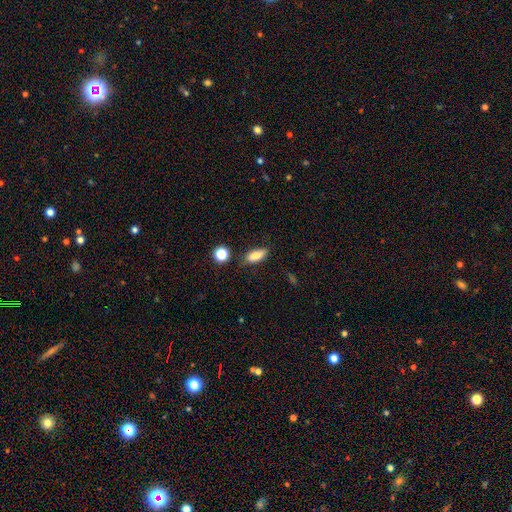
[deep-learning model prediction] Smooth or featured? smooth (83%)
How rounded? in between (70%)
Merging? none (78%)